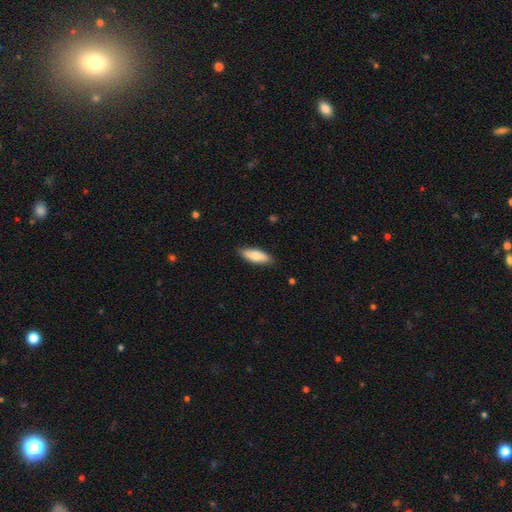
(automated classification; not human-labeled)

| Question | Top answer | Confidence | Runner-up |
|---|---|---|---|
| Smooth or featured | smooth | 77% | featured or disk (18%) |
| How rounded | in between | 62% | cigar-shaped (36%) |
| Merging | none | 86% | minor disturbance (11%) |